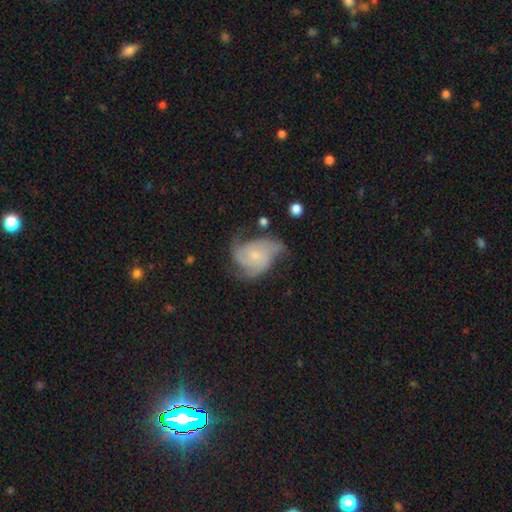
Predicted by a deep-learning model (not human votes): smooth_or_featured: featured or disk (p=0.77) [alt: smooth p=0.17]
disk_edge_on: no (p=0.98) [alt: yes p=0.02]
bar: no (p=0.75) [alt: weak p=0.22]
has_spiral_arms: yes (p=0.93) [alt: no p=0.07]
spiral_winding: medium (p=0.45) [alt: tight p=0.35]
spiral_arm_count: 3 (p=0.48) [alt: 2 p=0.21]
bulge_size: small (p=0.68) [alt: moderate p=0.24]
merging: none (p=0.48) [alt: minor disturbance p=0.28]